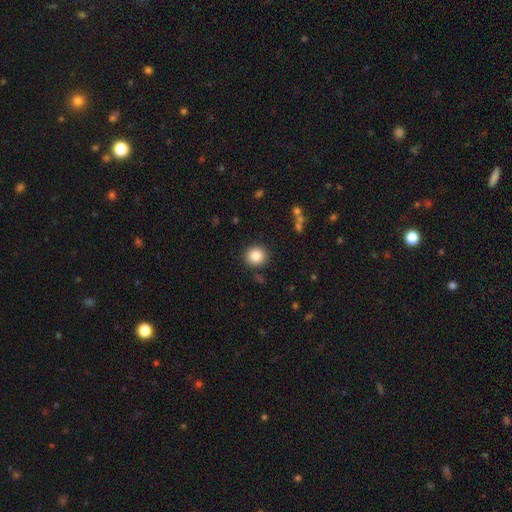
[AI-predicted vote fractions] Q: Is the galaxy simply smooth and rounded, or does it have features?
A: smooth — 86%.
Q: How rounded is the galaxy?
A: round — 90%.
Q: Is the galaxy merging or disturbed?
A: none — 89%.